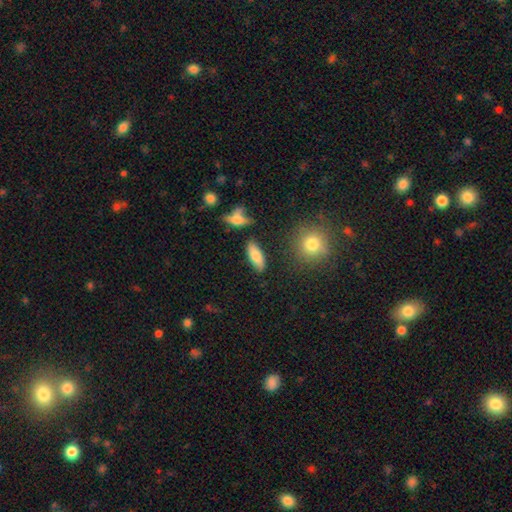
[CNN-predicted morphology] This appears to be a smooth galaxy with no disk features (77%) that is in between round and cigar-shaped (68%). Merging: none (81%).